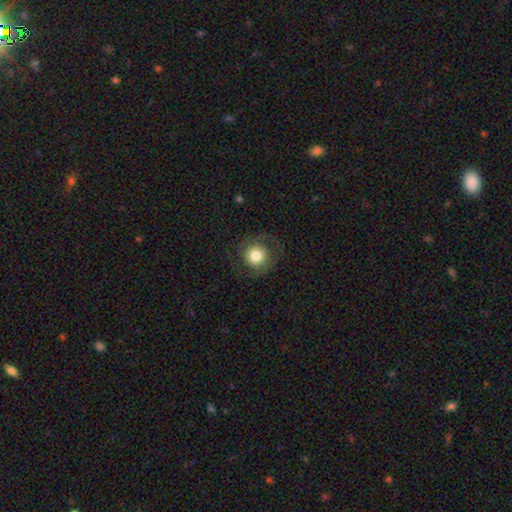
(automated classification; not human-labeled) A smooth galaxy with no disk features (68%) that is round (93%).

Vote fractions:
- Smooth or featured? smooth: 68% / featured or disk: 23% / star or artifact: 10%
- How rounded? round: 93% / in between: 6% / cigar-shaped: 1%
- Merging? none: 77% / minor disturbance: 12% / major disturbance: 10% / merger: 1%